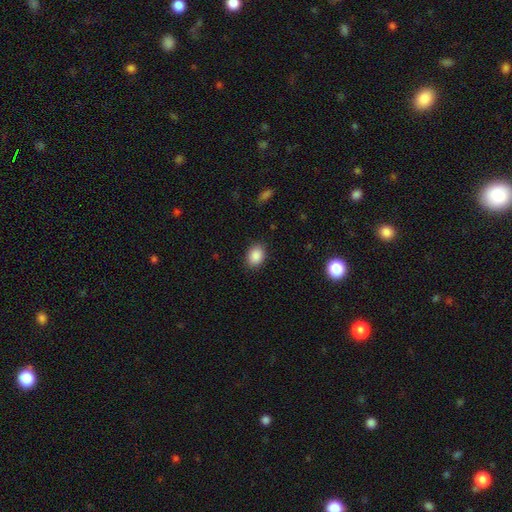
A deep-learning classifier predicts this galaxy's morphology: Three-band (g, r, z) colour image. It shows a smooth galaxy with no disk features (88%) that is in between round and cigar-shaped (71%). Merging: none (87%).